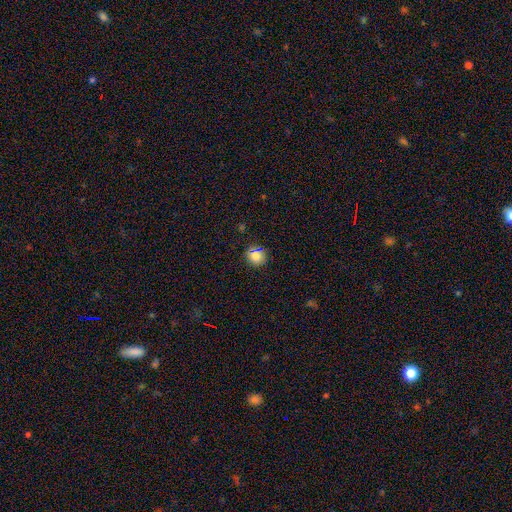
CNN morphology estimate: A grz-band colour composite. It shows a smooth galaxy with no disk features (74%) that is round (91%). Merging: none (86%).